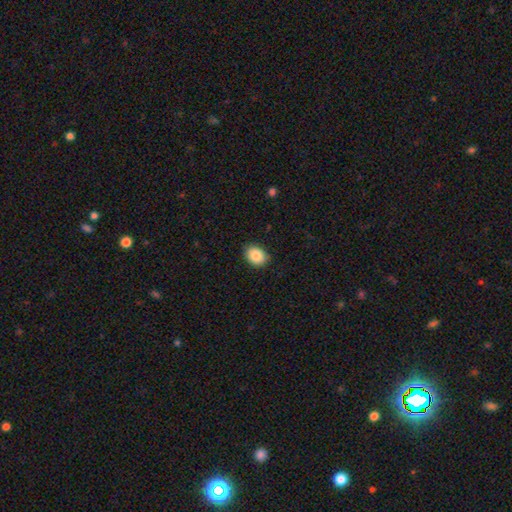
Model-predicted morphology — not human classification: A smooth galaxy with no disk features (87%) that is in between round and cigar-shaped (62%).

Vote fractions:
- Smooth or featured? smooth: 87% / star or artifact: 8% / featured or disk: 5%
- How rounded? in between: 62% / round: 37% / cigar-shaped: 1%
- Merging? none: 88% / minor disturbance: 9% / major disturbance: 2% / merger: 1%